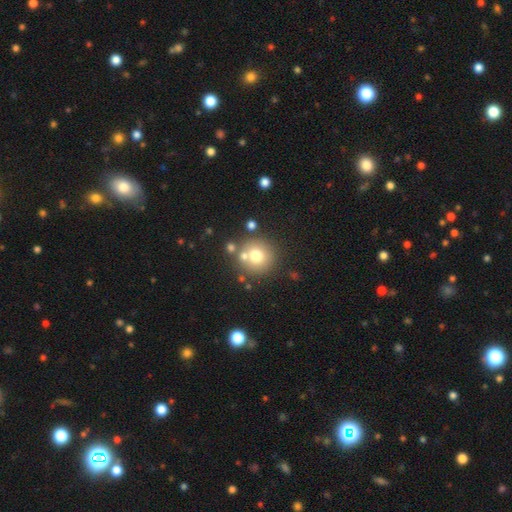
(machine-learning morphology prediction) A smooth galaxy with no disk features (71%) that is round (94%).

Vote fractions:
- Smooth or featured? smooth: 71% / featured or disk: 16% / star or artifact: 13%
- How rounded? round: 94% / in between: 6% / cigar-shaped: 1%
- Merging? none: 73% / merger: 14% / minor disturbance: 9% / major disturbance: 4%